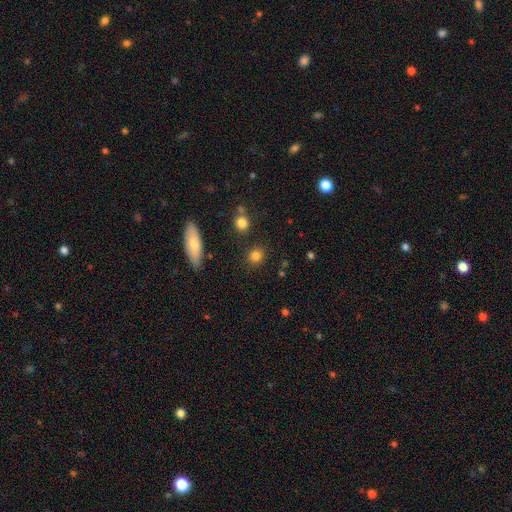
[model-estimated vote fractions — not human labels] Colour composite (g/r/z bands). It shows a smooth galaxy with no disk features (83%) that is round (79%). Merging: none (86%).